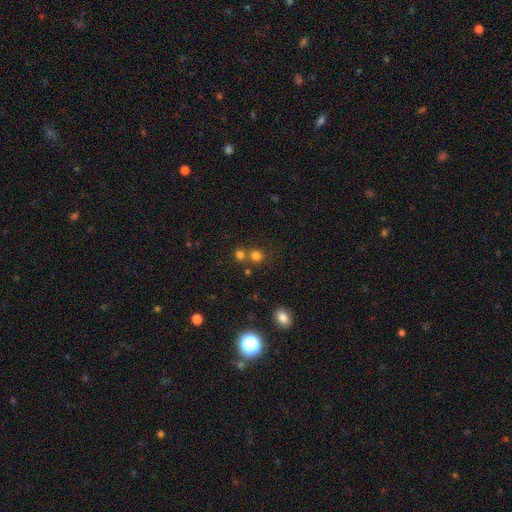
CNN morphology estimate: Smooth or featured: smooth — 75% (star or artifact — 18%)
How rounded: round — 86% (in between — 13%)
Merging: none — 59% (merger — 31%)